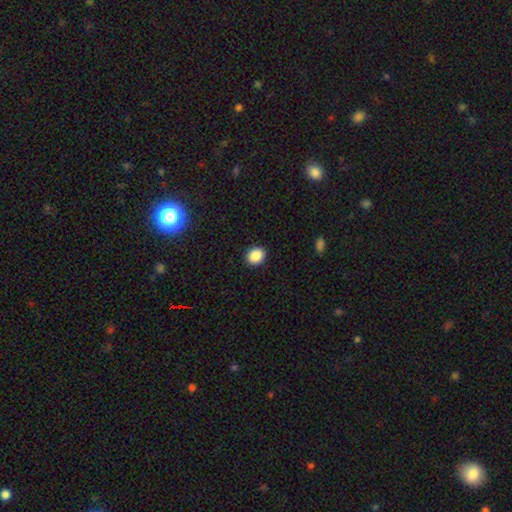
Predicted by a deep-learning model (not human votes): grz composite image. It shows a smooth galaxy with no disk features (88%) that is round (61%). Merging: none (91%).